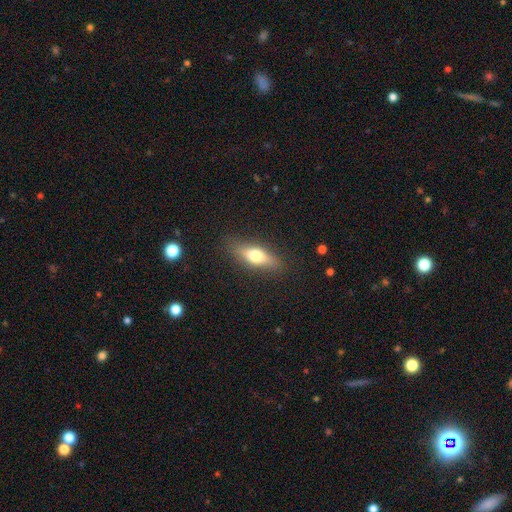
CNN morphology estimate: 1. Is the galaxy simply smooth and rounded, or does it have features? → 60% smooth, 32% featured or disk, 7% star or artifact.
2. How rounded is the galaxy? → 53% in between, 42% cigar-shaped, 4% round.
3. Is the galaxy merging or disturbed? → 86% none, 10% minor disturbance, 3% major disturbance, 1% merger.